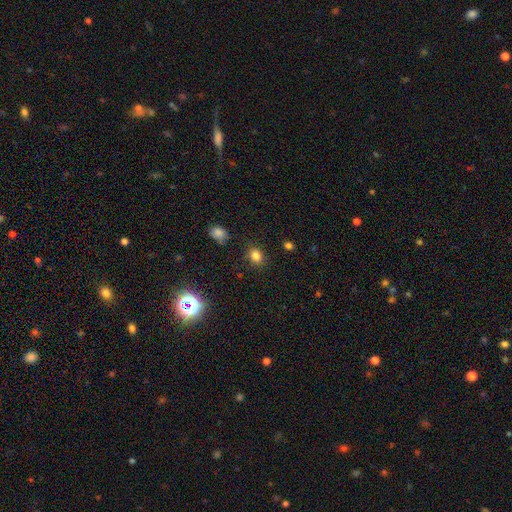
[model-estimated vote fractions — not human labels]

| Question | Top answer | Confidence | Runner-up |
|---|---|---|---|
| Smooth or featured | smooth | 81% | star or artifact (13%) |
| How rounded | round | 54% | in between (45%) |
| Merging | none | 84% | minor disturbance (11%) |